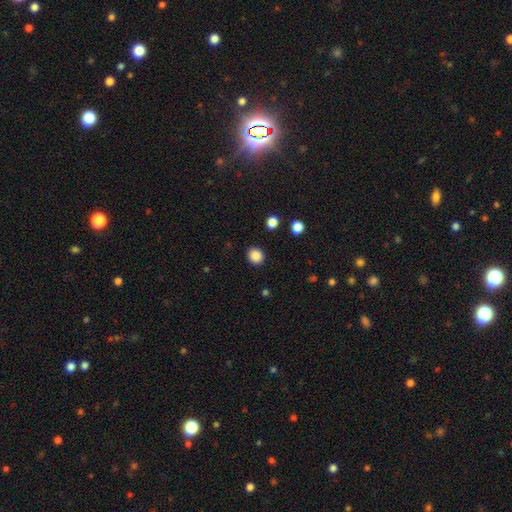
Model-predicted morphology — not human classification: Smooth or featured: smooth — 87% (star or artifact — 10%)
How rounded: round — 80% (in between — 19%)
Merging: none — 89% (minor disturbance — 7%)